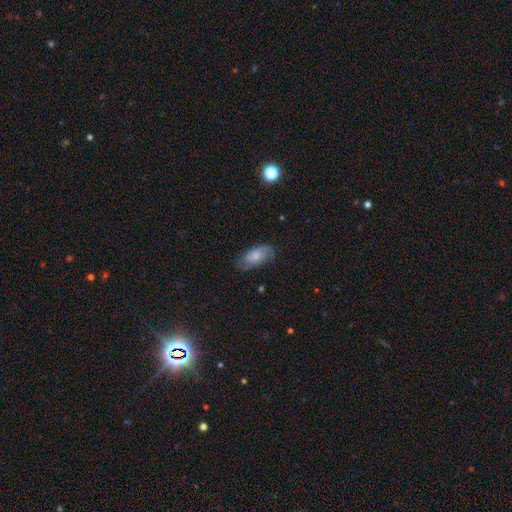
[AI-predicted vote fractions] A smooth galaxy with no disk features (61%) that is in between round and cigar-shaped (89%).

Vote fractions:
- Smooth or featured? smooth: 61% / featured or disk: 32% / star or artifact: 7%
- How rounded? in between: 89% / cigar-shaped: 8% / round: 3%
- Merging? none: 72% / minor disturbance: 21% / major disturbance: 6% / merger: 1%